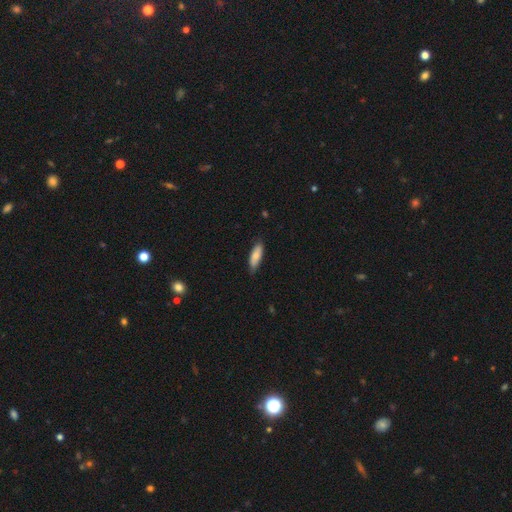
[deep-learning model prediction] This appears to be a smooth galaxy with no disk features (80%) that is in between round and cigar-shaped (55%). Merging: none (79%).